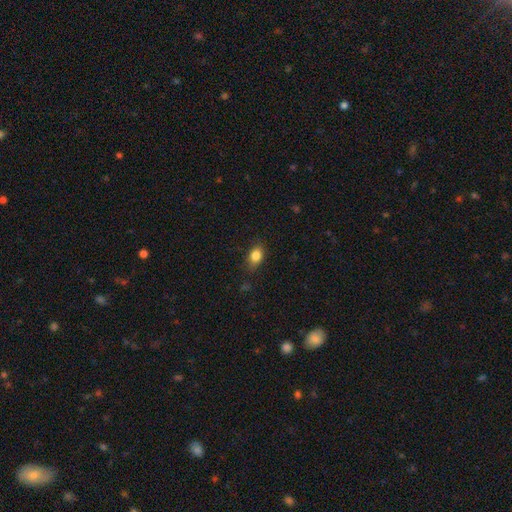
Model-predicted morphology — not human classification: Smooth or featured? Predicted: smooth (p=0.84). How rounded? Predicted: in between (p=0.76). Merging? Predicted: none (p=0.80).